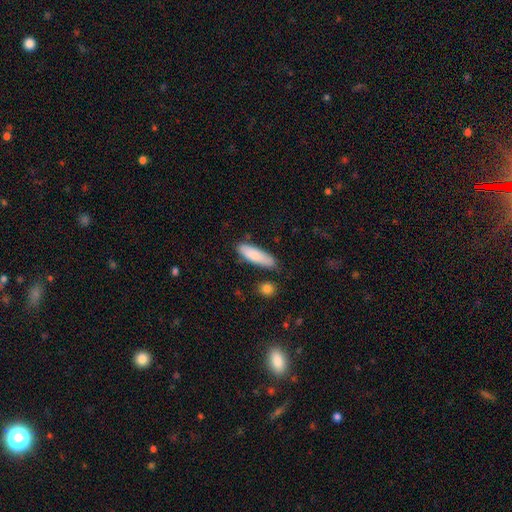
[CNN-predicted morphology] A smooth galaxy with no disk features (83%) that is cigar-shaped (52%).

Vote fractions:
- Smooth or featured? smooth: 83% / featured or disk: 12% / star or artifact: 6%
- How rounded? cigar-shaped: 52% / in between: 46% / round: 2%
- Merging? none: 77% / minor disturbance: 17% / merger: 4% / major disturbance: 3%